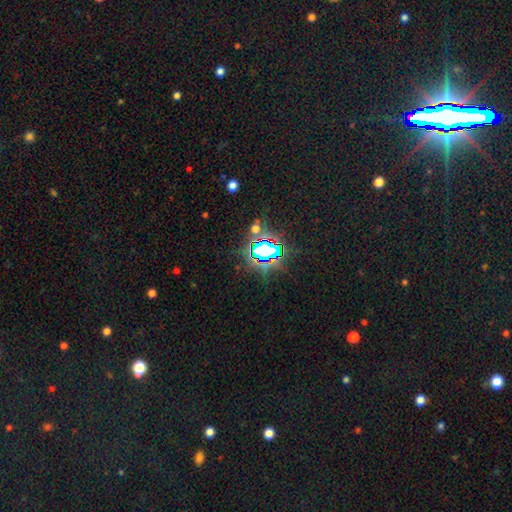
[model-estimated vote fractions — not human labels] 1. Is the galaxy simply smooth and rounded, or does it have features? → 76% star or artifact, 15% smooth, 10% featured or disk.